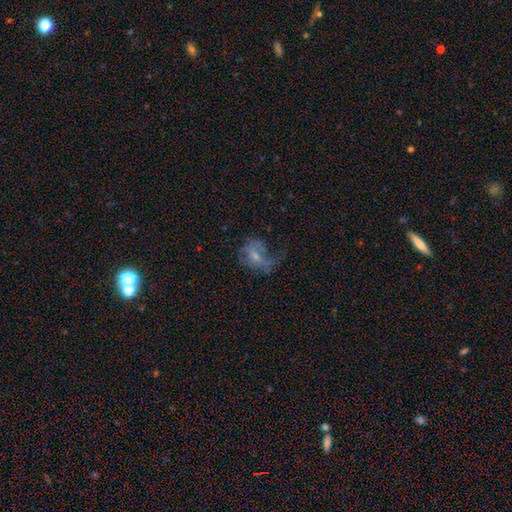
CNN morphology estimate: Smooth or featured: featured or disk — 51% (smooth — 36%)
Edge-on disk: no — 97% (yes — 3%)
Merging: major disturbance — 45% (none — 32%)